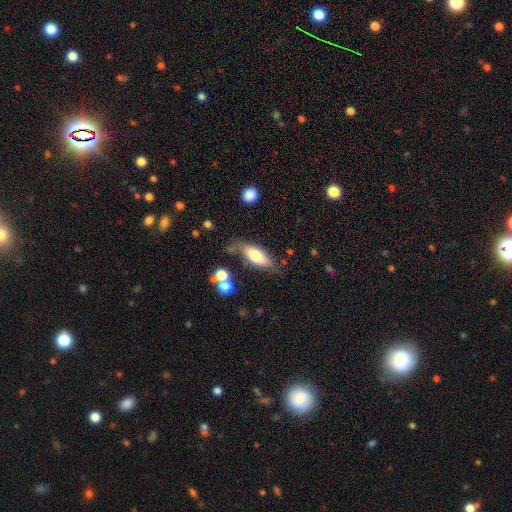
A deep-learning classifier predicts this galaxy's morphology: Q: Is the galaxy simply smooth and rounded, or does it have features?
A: smooth — 68%.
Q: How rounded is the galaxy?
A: in between — 75%.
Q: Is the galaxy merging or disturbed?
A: none — 59%.